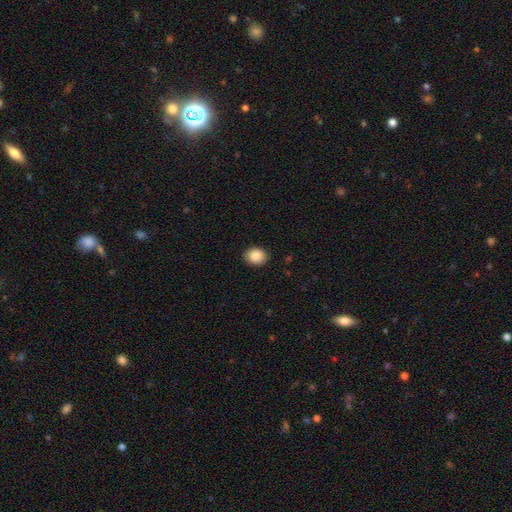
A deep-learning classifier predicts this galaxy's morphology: Smooth or featured?
  - smooth: 89% *
  - star or artifact: 8%
  - featured or disk: 3%
How rounded?
  - round: 54% *
  - in between: 45%
  - cigar-shaped: 1%
Merging?
  - none: 89% *
  - minor disturbance: 8%
  - major disturbance: 2%
  - merger: 1%